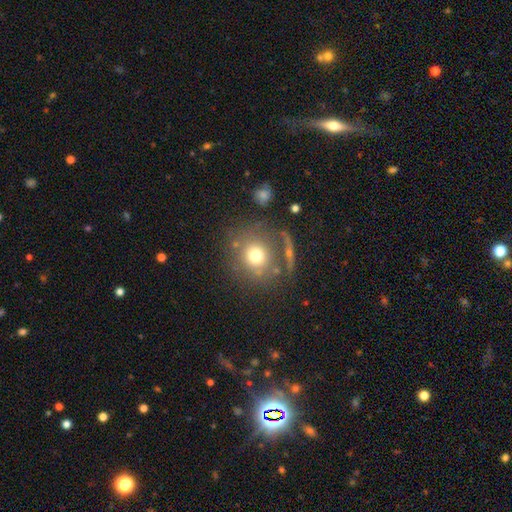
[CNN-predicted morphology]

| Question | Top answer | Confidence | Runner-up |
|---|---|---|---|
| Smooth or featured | smooth | 71% | featured or disk (16%) |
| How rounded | round | 88% | in between (11%) |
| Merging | none | 70% | minor disturbance (13%) |